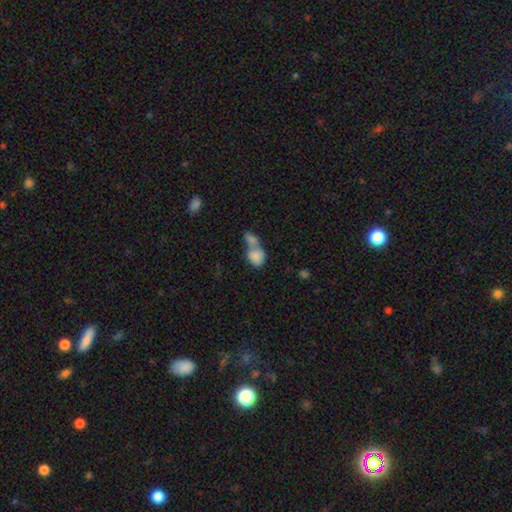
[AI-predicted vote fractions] smooth 82%, featured or disk 11%, star or artifact 8%. Down the decision tree: how rounded — in between (56%); merging — merger (72%).